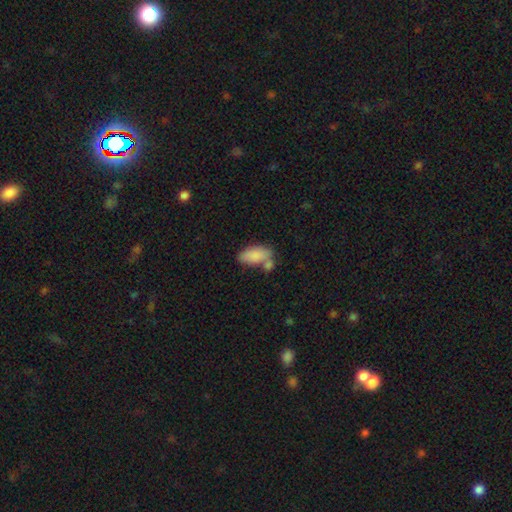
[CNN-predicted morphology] Q: Smooth or featured?
A: smooth (84%); runner-up: featured or disk (10%)
Q: How rounded?
A: in between (91%); runner-up: cigar-shaped (6%)
Q: Merging?
A: none (45%); runner-up: merger (32%)